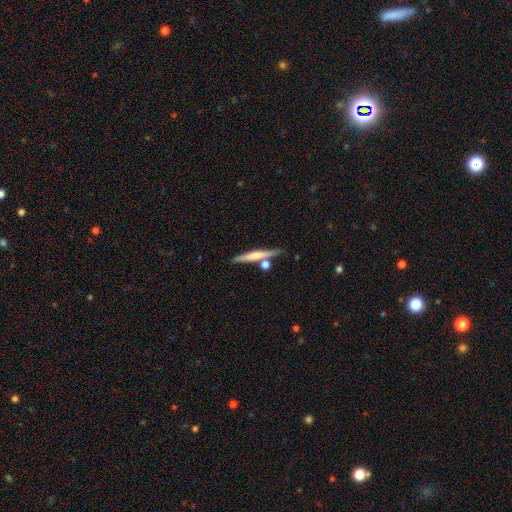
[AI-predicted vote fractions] Overall: smooth (48%; featured or disk 45%). Merging: none (71%).